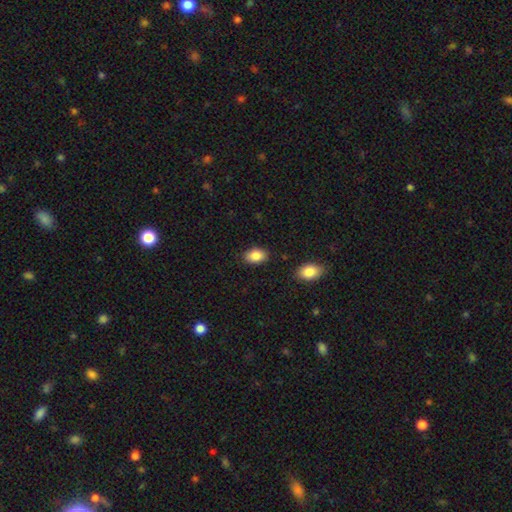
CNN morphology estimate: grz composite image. It shows a smooth galaxy with no disk features (86%) that is in between round and cigar-shaped (88%). Merging: none (86%).